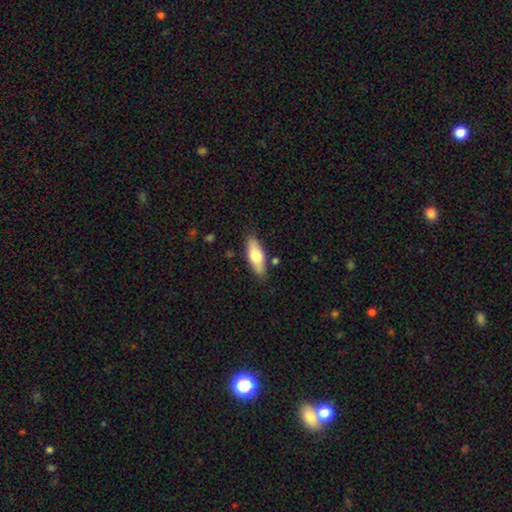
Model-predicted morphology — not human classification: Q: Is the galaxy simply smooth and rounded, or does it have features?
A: smooth — 69%.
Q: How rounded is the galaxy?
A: in between — 64%.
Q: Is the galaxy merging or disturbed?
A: none — 83%.